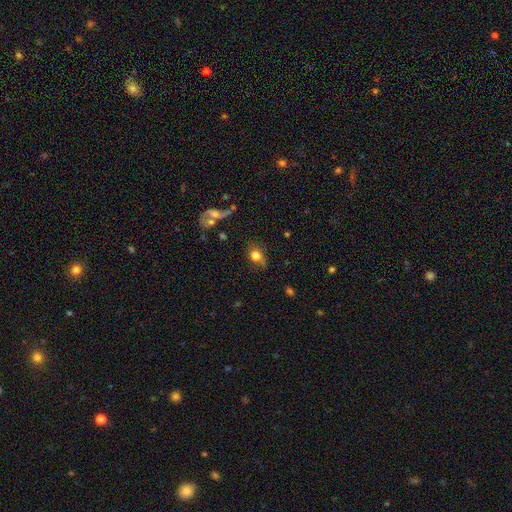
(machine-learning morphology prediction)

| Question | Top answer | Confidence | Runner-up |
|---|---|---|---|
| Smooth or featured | smooth | 75% | featured or disk (15%) |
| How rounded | in between | 55% | round (43%) |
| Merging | none | 62% | minor disturbance (25%) |